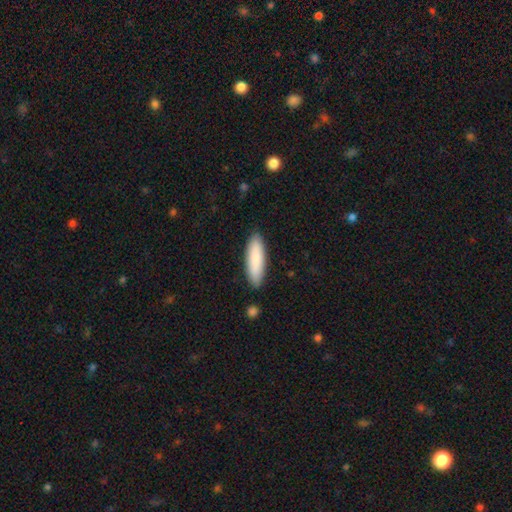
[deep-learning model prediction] Smooth or featured? smooth (85%)
How rounded? cigar-shaped (57%)
Merging? none (88%)